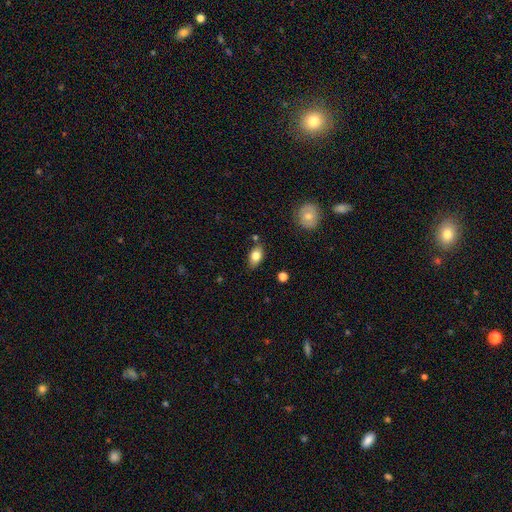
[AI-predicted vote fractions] smooth-or-featured: smooth: 79% | featured or disk: 13% | star or artifact: 8%
  how-rounded: in between: 87% | round: 9% | cigar-shaped: 4%
  merging: none: 79% | minor disturbance: 15% | merger: 4% | major disturbance: 3%